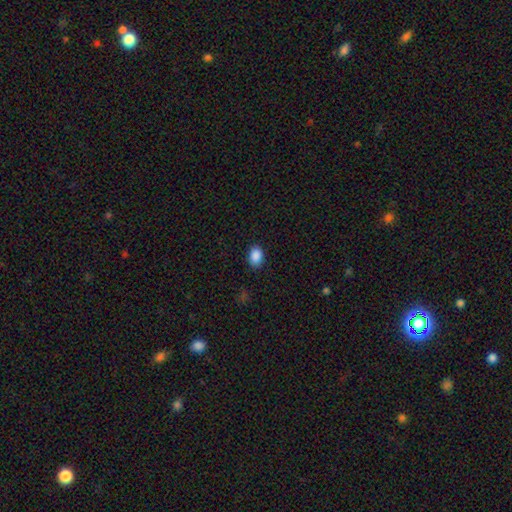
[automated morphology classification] Smooth or featured?
  - smooth: 89% *
  - star or artifact: 8%
  - featured or disk: 3%
How rounded?
  - in between: 77% *
  - round: 22%
  - cigar-shaped: 1%
Merging?
  - none: 87% *
  - minor disturbance: 9%
  - major disturbance: 2%
  - merger: 1%